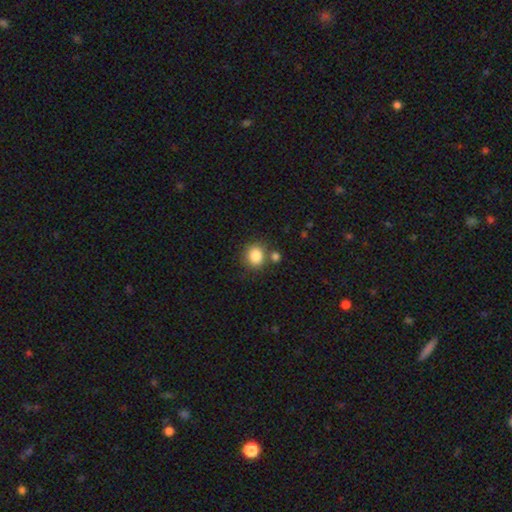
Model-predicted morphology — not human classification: The model was most divided on "how rounded": round: 74%, in between: 25%, cigar-shaped: 1%. More confident: smooth or featured — smooth (86%); merging — none (70%).